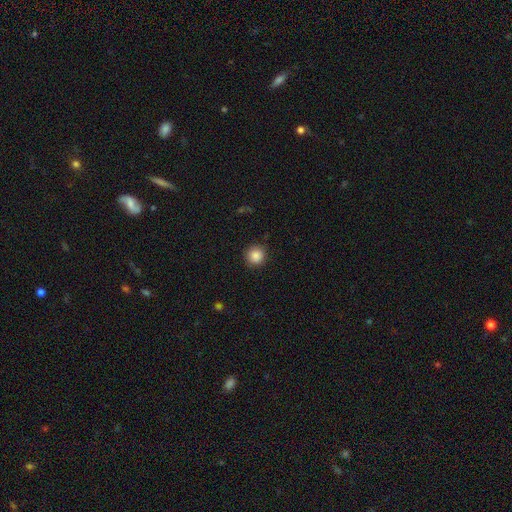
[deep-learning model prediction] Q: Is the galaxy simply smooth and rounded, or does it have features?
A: smooth — 87%.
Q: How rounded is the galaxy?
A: round — 93%.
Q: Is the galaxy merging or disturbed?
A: none — 89%.